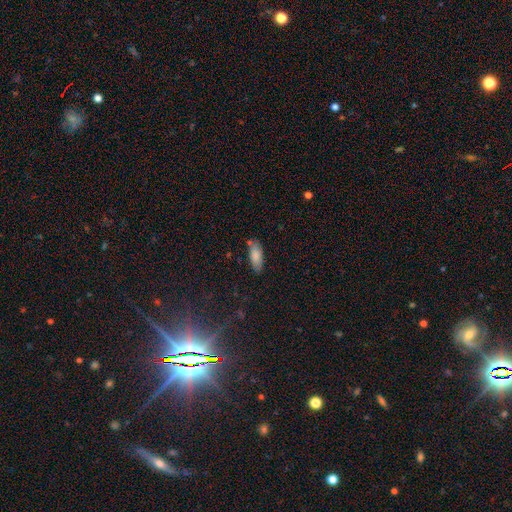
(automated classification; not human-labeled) smooth-or-featured: smooth: 84% | featured or disk: 9% | star or artifact: 7%
  how-rounded: in between: 76% | cigar-shaped: 22% | round: 2%
  merging: none: 73% | minor disturbance: 17% | merger: 6% | major disturbance: 4%